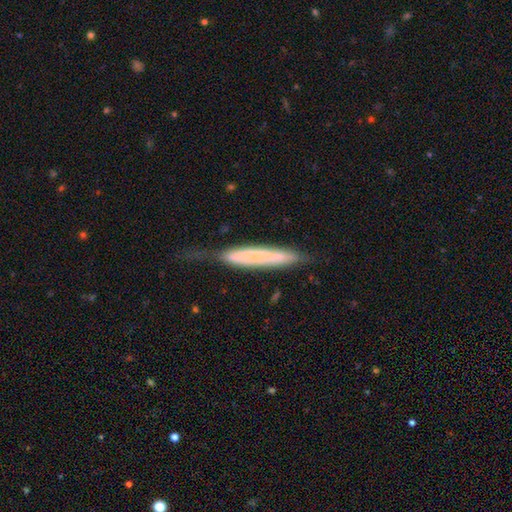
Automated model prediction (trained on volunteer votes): Overall: smooth (50%; featured or disk 42%). How rounded: cigar-shaped (90%). Merging: none (42%; minor disturbance 34%).